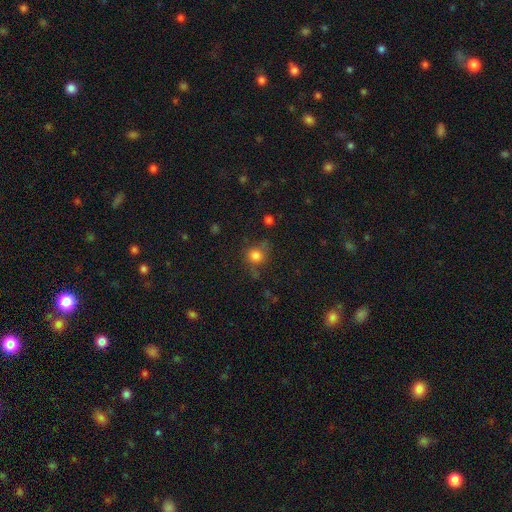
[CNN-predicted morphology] Smooth or featured? Predicted: smooth (p=0.80). How rounded? Predicted: round (p=0.87). Merging? Predicted: none (p=0.69).